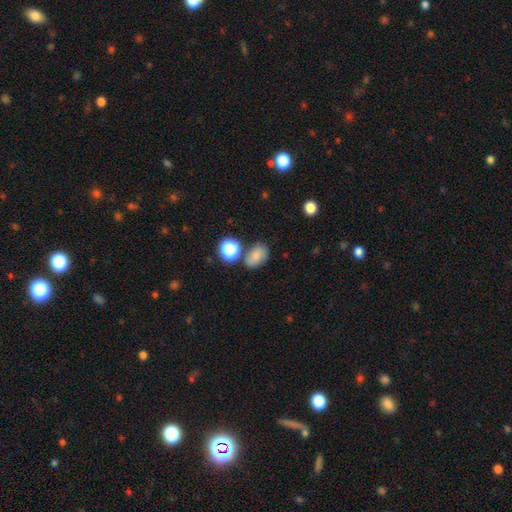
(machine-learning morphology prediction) Overall: smooth (77%). How rounded: in between (74%). Merging: none (63%).